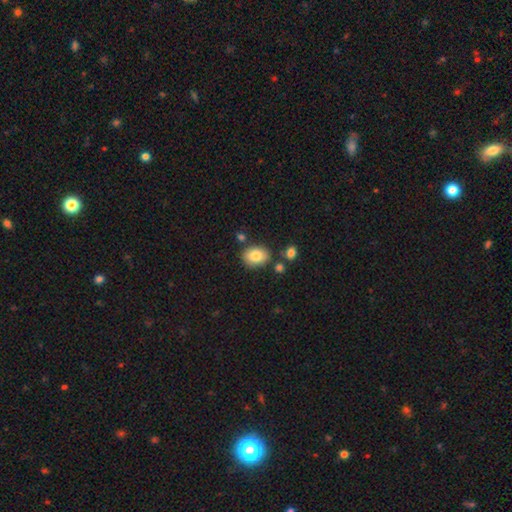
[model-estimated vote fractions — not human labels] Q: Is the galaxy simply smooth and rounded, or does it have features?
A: smooth — 84%.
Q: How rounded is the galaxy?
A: in between — 70%.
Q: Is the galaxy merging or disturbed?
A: none — 79%.